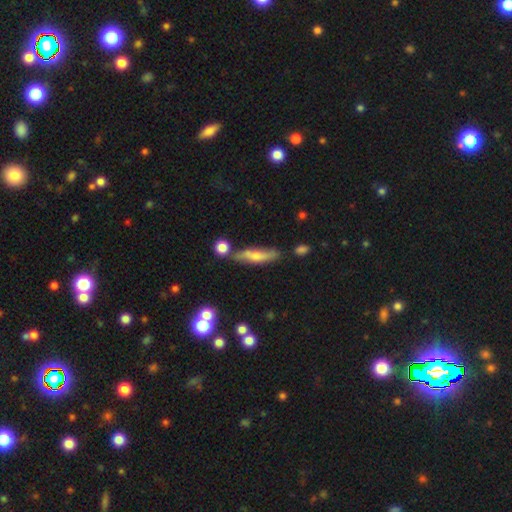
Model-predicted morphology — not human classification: Q: Smooth or featured?
A: smooth (49%); runner-up: featured or disk (43%)
Q: Merging?
A: none (71%); runner-up: minor disturbance (17%)